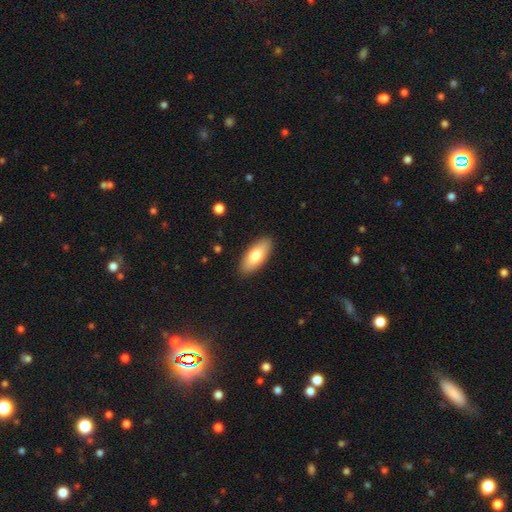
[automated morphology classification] This is likely a smooth galaxy (75%). How rounded: clearly in between (82%). Merging: clearly none (89%).